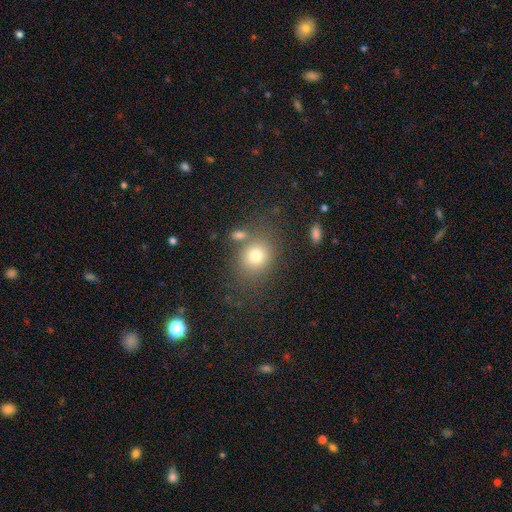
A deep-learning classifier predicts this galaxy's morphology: smooth-or-featured: smooth: 77% | star or artifact: 12% | featured or disk: 11%
  how-rounded: round: 63% | in between: 36% | cigar-shaped: 1%
  merging: none: 69% | minor disturbance: 13% | merger: 12% | major disturbance: 6%